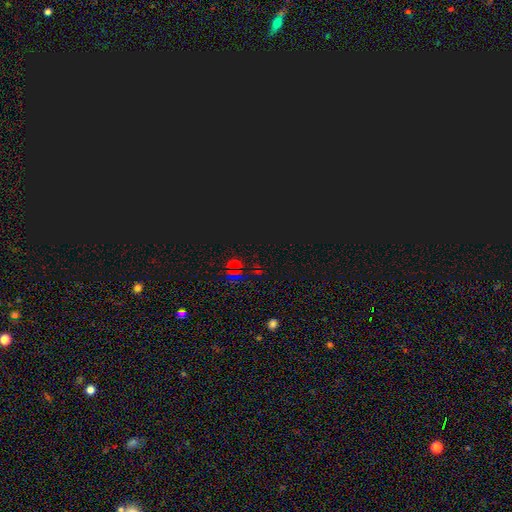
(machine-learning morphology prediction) smooth-or-featured: star or artifact: 74% | smooth: 19% | featured or disk: 6%